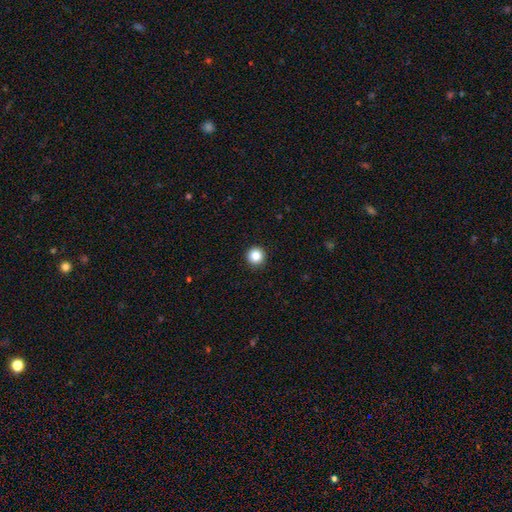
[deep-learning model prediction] A smooth galaxy with no disk features (84%) that is round (96%).

Vote fractions:
- Smooth or featured? smooth: 84% / star or artifact: 11% / featured or disk: 5%
- How rounded? round: 96% / in between: 3% / cigar-shaped: 1%
- Merging? none: 93% / minor disturbance: 4% / major disturbance: 1% / merger: 1%